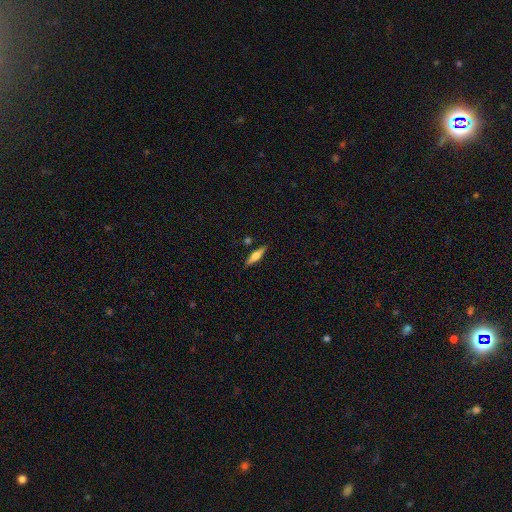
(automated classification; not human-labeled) A featured or disk galaxy (52%) viewed edge-on (95%).

Vote fractions:
- Smooth or featured? featured or disk: 52% / smooth: 42% / star or artifact: 7%
- Edge-on disk? yes: 95% / no: 5%
- Merging? none: 86% / minor disturbance: 9% / merger: 3% / major disturbance: 2%